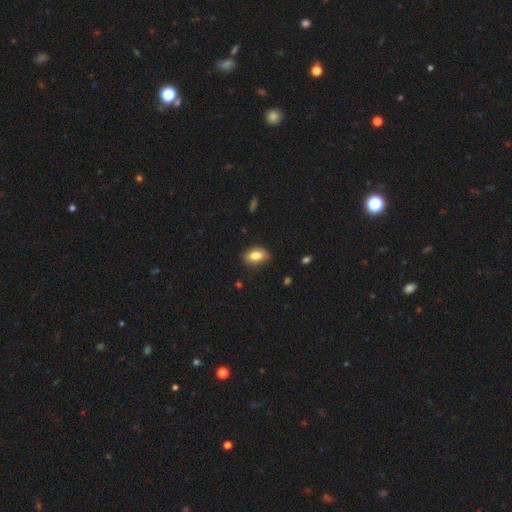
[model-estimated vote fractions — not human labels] Smooth or featured? smooth (83%)
How rounded? in between (88%)
Merging? none (81%)